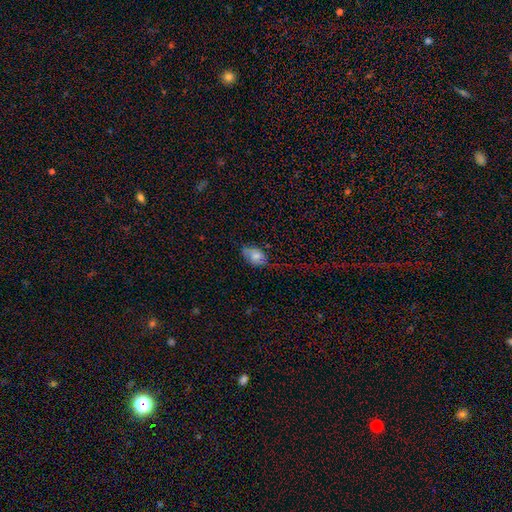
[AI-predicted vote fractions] smooth_or_featured: smooth (p=0.74) [alt: featured or disk p=0.16]
how_rounded: in between (p=0.85) [alt: round p=0.13]
merging: none (p=0.54) [alt: minor disturbance p=0.32]